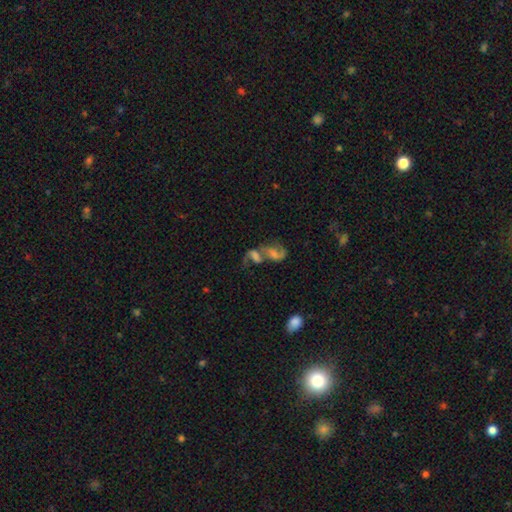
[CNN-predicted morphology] This is possibly a featured or disk galaxy (58%). It is clearly not viewed edge-on (95%). Bar: possibly no (49%). Spiral arm pattern: likely yes (75%). Central bulge: marginally none (37%). Merging: likely merger (63%).